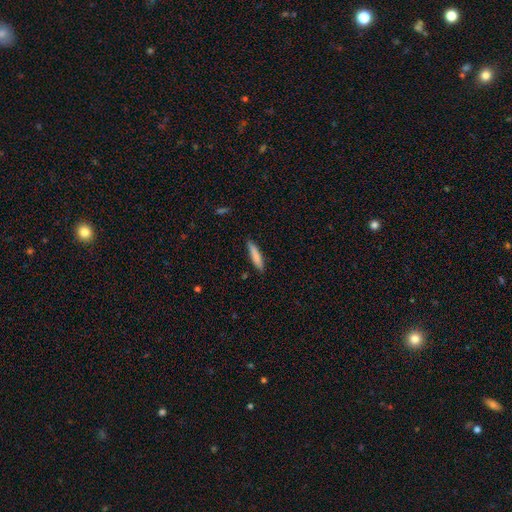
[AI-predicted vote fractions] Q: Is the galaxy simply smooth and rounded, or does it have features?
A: smooth — 82%.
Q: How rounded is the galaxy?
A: cigar-shaped — 85%.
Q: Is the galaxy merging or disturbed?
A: none — 85%.